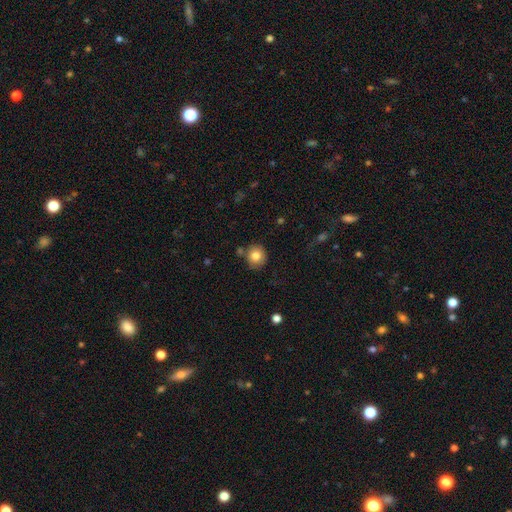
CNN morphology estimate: A smooth galaxy with no disk features (81%) that is round (88%).

Vote fractions:
- Smooth or featured? smooth: 81% / star or artifact: 10% / featured or disk: 10%
- How rounded? round: 88% / in between: 11% / cigar-shaped: 1%
- Merging? none: 81% / minor disturbance: 10% / merger: 6% / major disturbance: 3%